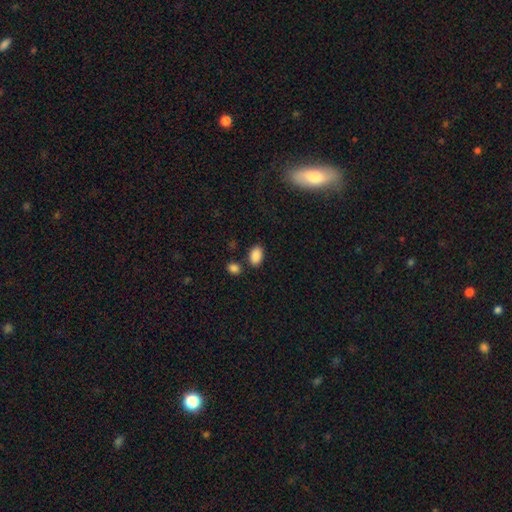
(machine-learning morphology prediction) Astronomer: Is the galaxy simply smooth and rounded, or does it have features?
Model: smooth — 88%.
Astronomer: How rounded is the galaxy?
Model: in between — 90%.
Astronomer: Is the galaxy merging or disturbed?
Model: none — 79%.